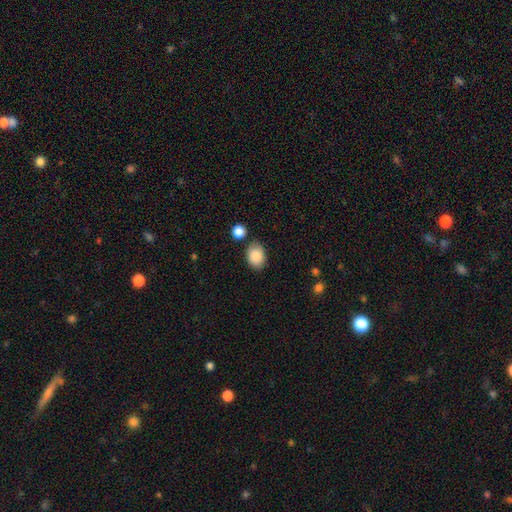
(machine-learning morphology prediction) smooth_or_featured: smooth (p=0.88) [alt: star or artifact p=0.07]
how_rounded: in between (p=0.73) [alt: round p=0.26]
merging: none (p=0.77) [alt: minor disturbance p=0.15]